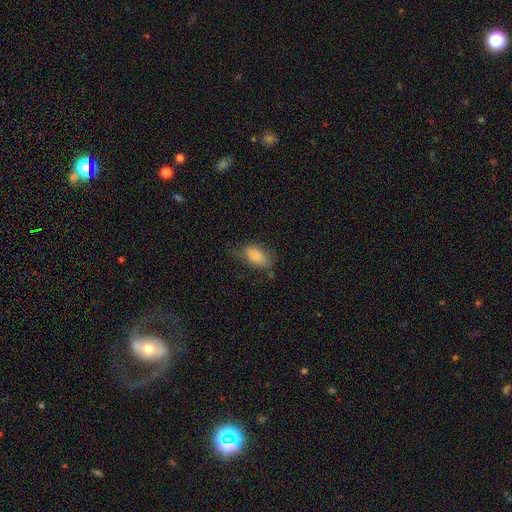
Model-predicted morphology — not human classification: type=smooth (83%); roundness=in between (90%); merging=none (56%).